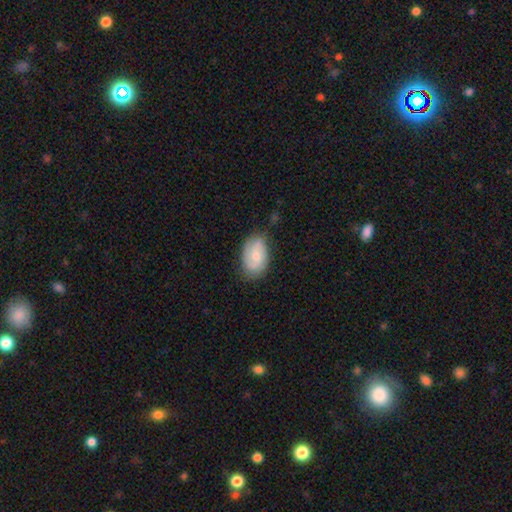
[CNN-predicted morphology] Smooth or featured: featured or disk — 52% (smooth — 42%)
Edge-on disk: no — 96% (yes — 4%)
Merging: none — 70% (minor disturbance — 23%)